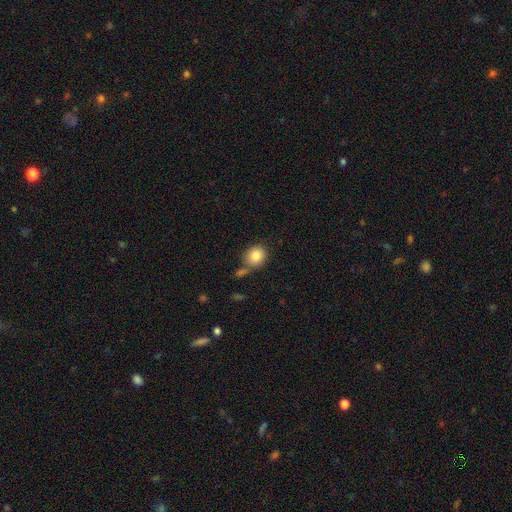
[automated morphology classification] This appears to be a smooth galaxy with no disk features (84%) that is round (75%). Merging: none (64%).